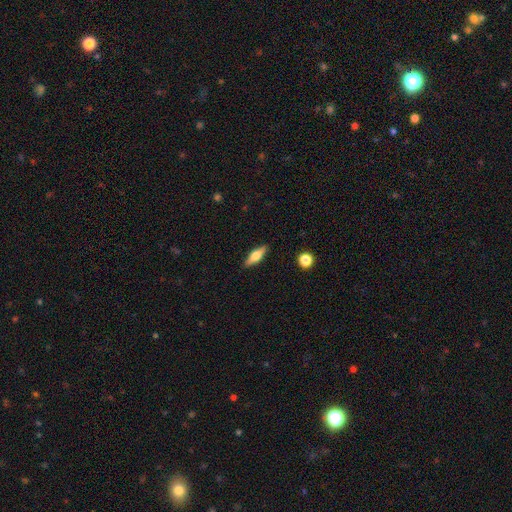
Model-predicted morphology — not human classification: A smooth galaxy with no disk features (54%) that is in between round and cigar-shaped (53%).

Vote fractions:
- Smooth or featured? smooth: 54% / featured or disk: 39% / star or artifact: 7%
- How rounded? in between: 53% / cigar-shaped: 44% / round: 3%
- Merging? none: 88% / minor disturbance: 9% / major disturbance: 2% / merger: 1%